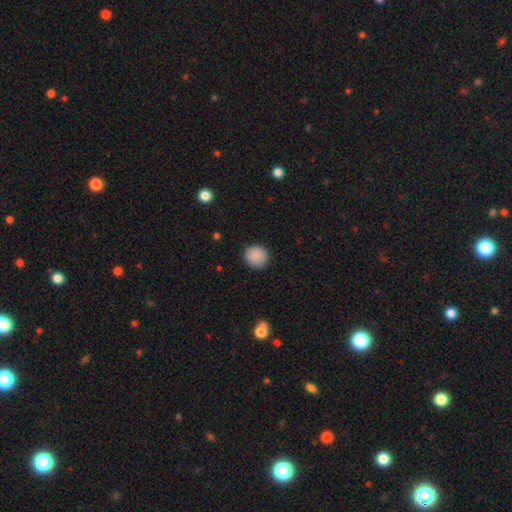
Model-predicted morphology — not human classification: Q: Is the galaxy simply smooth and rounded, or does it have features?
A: smooth — 89%.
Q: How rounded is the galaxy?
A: round — 92%.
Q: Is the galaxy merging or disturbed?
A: none — 91%.